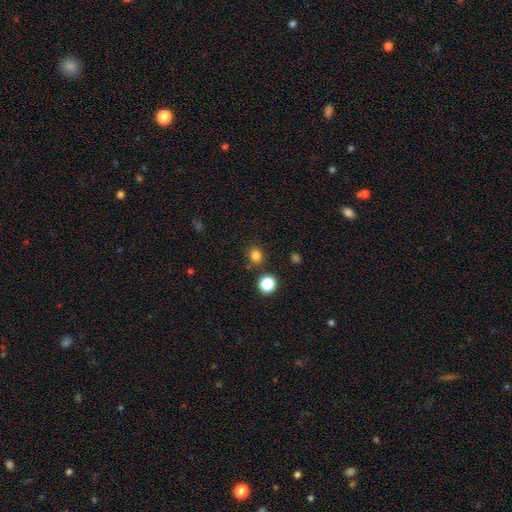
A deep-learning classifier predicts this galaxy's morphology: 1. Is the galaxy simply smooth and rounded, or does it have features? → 81% smooth, 15% star or artifact, 4% featured or disk.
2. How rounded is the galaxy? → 80% round, 19% in between, 1% cigar-shaped.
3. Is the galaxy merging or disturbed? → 80% none, 10% minor disturbance, 7% merger, 3% major disturbance.